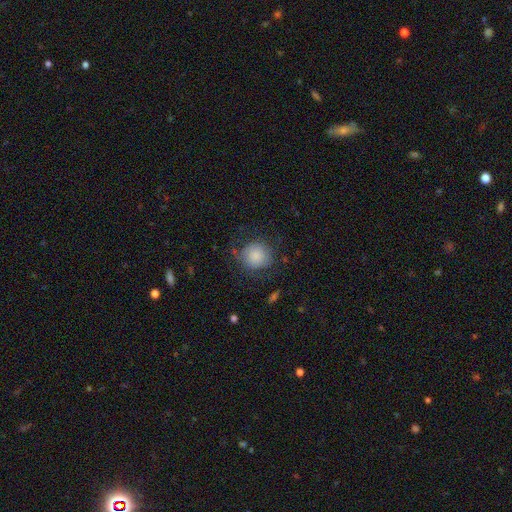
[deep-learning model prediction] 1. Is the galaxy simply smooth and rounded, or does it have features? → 78% smooth, 14% featured or disk, 8% star or artifact.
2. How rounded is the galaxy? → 88% round, 11% in between, 1% cigar-shaped.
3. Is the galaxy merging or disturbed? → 63% none, 21% minor disturbance, 14% major disturbance, 2% merger.